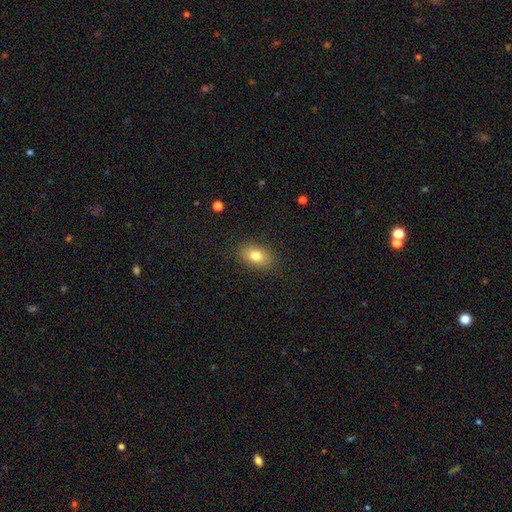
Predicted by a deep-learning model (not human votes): This appears to be a smooth galaxy with no disk features (80%) that is in between round and cigar-shaped (86%). Merging: none (87%).